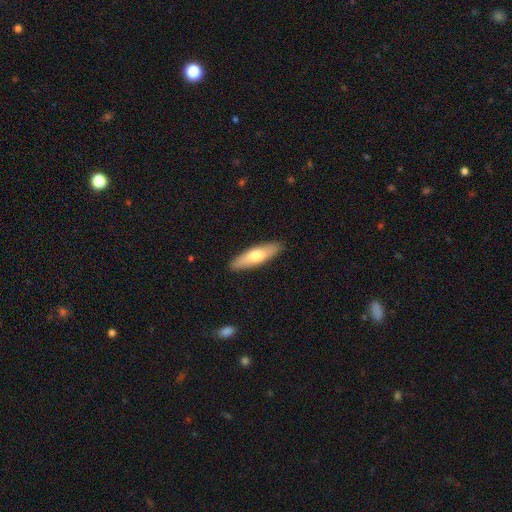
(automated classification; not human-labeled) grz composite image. It shows a smooth galaxy with no disk features (66%) that is cigar-shaped (63%). Merging: none (89%).